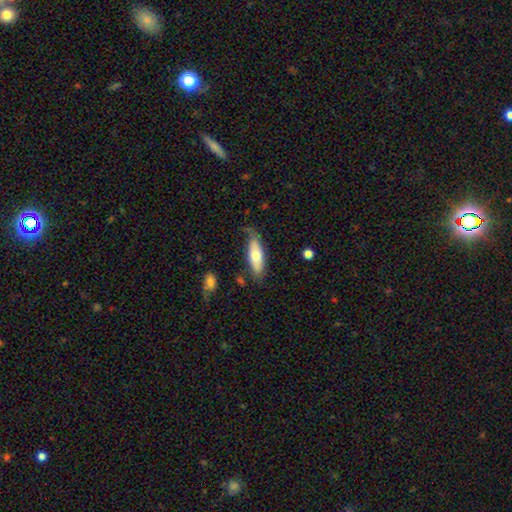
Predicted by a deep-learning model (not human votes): Q: Smooth or featured?
A: smooth (64%); runner-up: featured or disk (30%)
Q: How rounded?
A: in between (61%); runner-up: cigar-shaped (37%)
Q: Merging?
A: none (64%); runner-up: minor disturbance (26%)